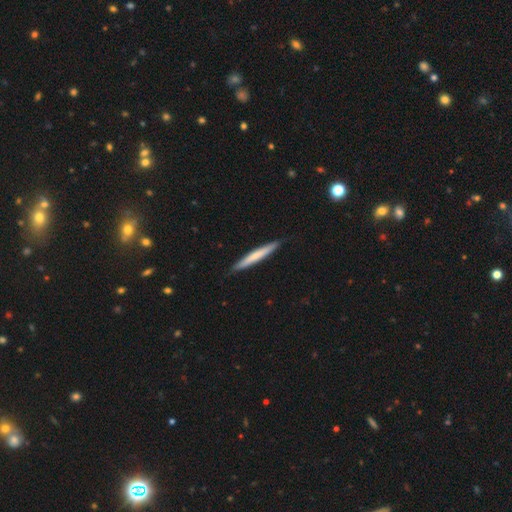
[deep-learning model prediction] smooth 62%, featured or disk 33%, star or artifact 5%. Down the decision tree: how rounded — cigar-shaped (96%); merging — none (89%).